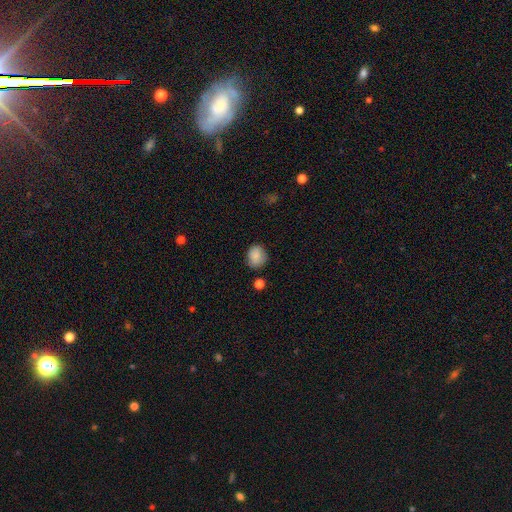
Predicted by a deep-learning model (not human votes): Smooth or featured? smooth (86%)
How rounded? round (64%)
Merging? none (77%)